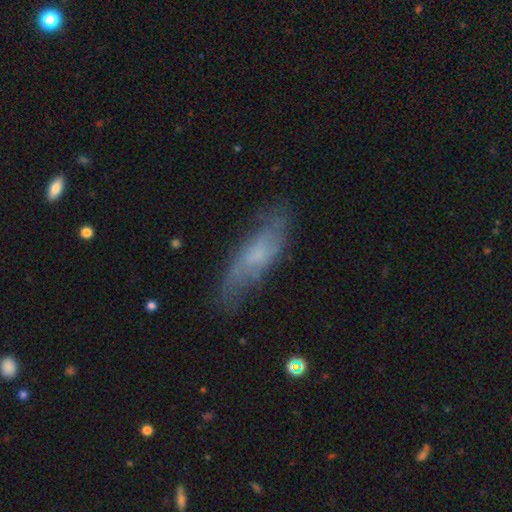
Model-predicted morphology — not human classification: Smooth or featured? smooth (47%)
Merging? none (65%)